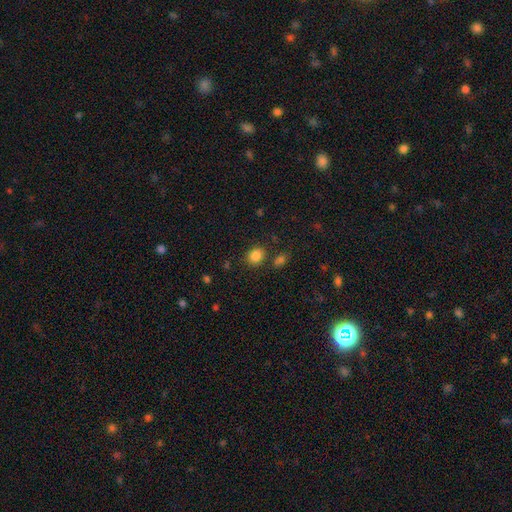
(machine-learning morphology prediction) Smooth or featured? smooth (84%)
How rounded? round (68%)
Merging? none (80%)